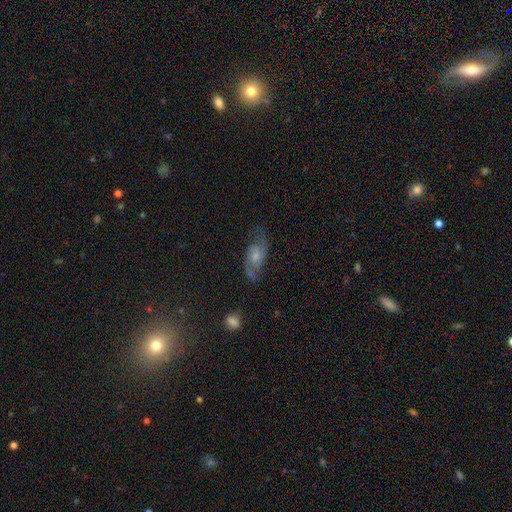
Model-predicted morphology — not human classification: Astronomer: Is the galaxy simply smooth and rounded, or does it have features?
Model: featured or disk — 73%.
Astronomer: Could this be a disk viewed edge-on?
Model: no — 95%.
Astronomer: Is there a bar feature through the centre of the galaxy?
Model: no — 56% (runner-up: weak, 38%).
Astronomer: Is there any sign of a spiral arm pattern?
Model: yes — 93%.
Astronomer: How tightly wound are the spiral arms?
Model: medium — 48% (runner-up: loose, 33%).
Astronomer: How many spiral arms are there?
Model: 2 — 86%.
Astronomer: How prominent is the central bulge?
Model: moderate — 45% (runner-up: small, 43%).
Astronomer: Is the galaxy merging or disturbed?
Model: none — 66%.